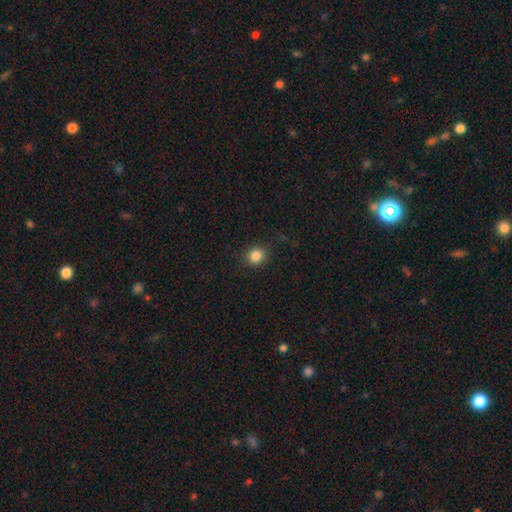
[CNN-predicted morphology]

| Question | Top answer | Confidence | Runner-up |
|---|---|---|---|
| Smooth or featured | smooth | 84% | star or artifact (11%) |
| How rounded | round | 83% | in between (16%) |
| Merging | none | 86% | minor disturbance (9%) |